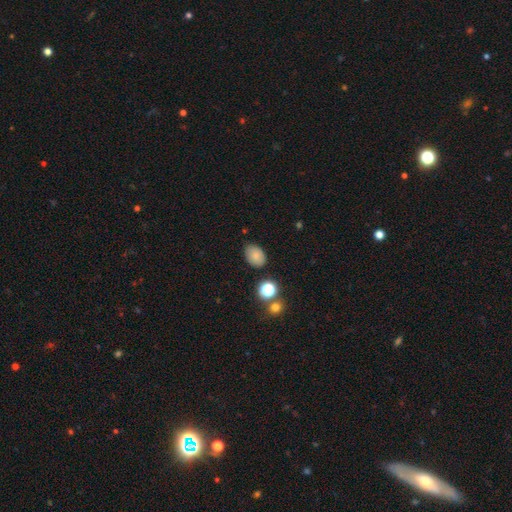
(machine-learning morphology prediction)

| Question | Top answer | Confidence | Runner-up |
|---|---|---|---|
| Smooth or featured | smooth | 81% | star or artifact (11%) |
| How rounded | in between | 77% | round (22%) |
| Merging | none | 80% | minor disturbance (14%) |